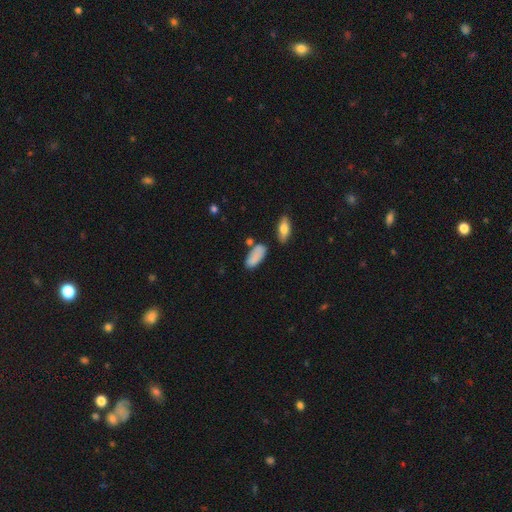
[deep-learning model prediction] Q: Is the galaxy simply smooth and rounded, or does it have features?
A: smooth — 84%.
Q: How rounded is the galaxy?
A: in between — 87%.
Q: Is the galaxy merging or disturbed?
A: none — 63%.